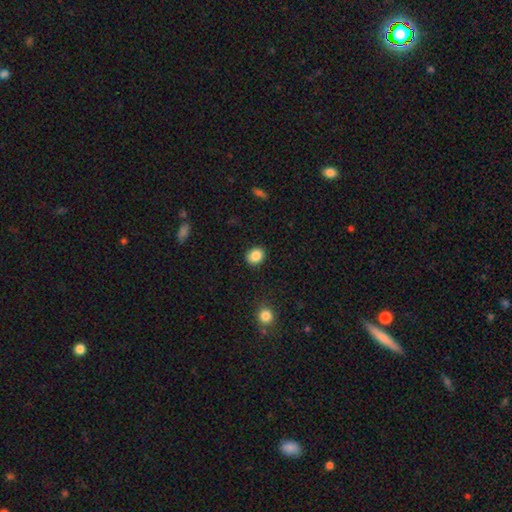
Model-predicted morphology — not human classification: type=smooth (86%); roundness=round (62%); merging=none (89%).